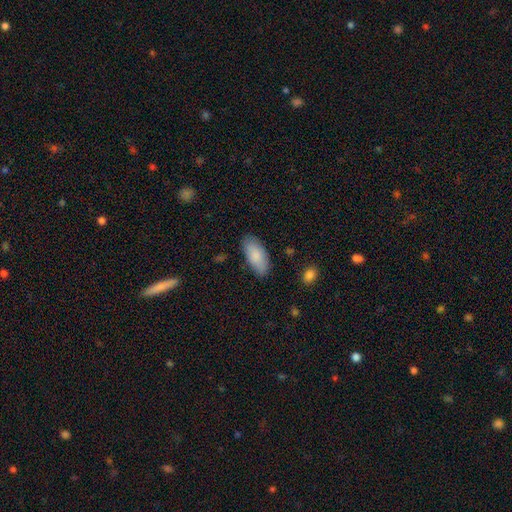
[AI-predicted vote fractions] Smooth or featured? Predicted: smooth (p=0.86). How rounded? Predicted: in between (p=0.89). Merging? Predicted: none (p=0.83).